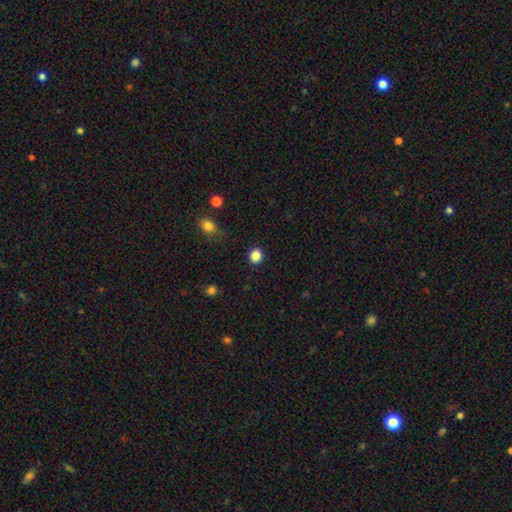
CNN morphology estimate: A smooth galaxy with no disk features (86%) that is round (74%). Merging: none (90%).